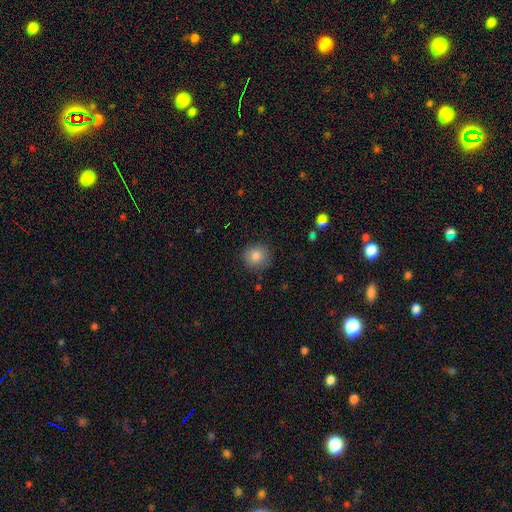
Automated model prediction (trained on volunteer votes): Smooth or featured?
  - smooth: 83% *
  - star or artifact: 10%
  - featured or disk: 6%
How rounded?
  - round: 91% *
  - in between: 8%
  - cigar-shaped: 1%
Merging?
  - none: 88% *
  - minor disturbance: 8%
  - major disturbance: 2%
  - merger: 1%